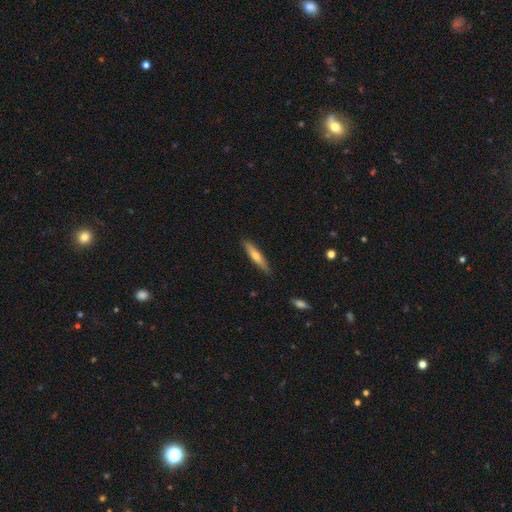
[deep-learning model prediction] This is possibly a smooth galaxy (58%). How rounded: clearly cigar-shaped (87%). Merging: clearly none (87%).